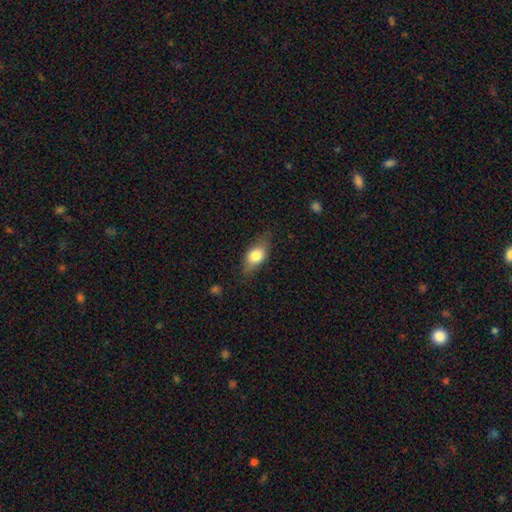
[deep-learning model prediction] Smooth or featured? Predicted: smooth (p=0.75). How rounded? Predicted: in between (p=0.82). Merging? Predicted: none (p=0.74).